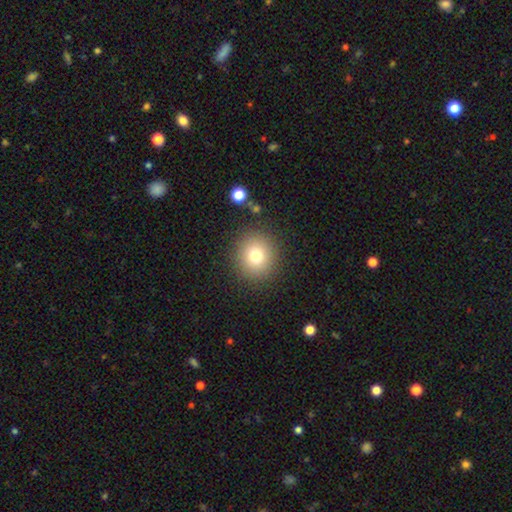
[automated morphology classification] type=smooth (77%); roundness=round (91%); merging=none (88%).